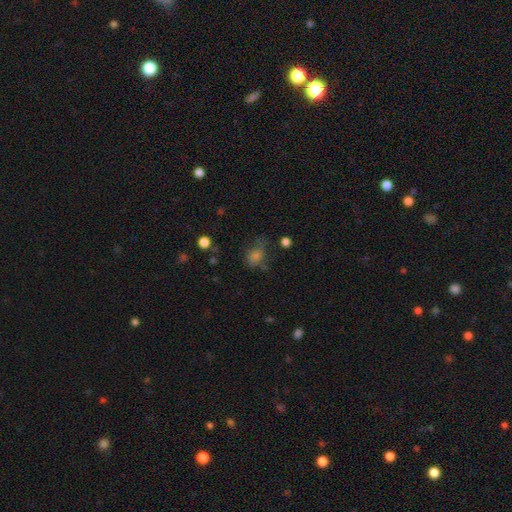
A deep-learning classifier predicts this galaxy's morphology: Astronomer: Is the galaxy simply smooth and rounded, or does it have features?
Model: smooth — 62%.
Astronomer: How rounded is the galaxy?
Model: in between — 56% (runner-up: round, 42%).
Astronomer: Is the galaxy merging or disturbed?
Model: none — 49% (runner-up: minor disturbance, 27%).